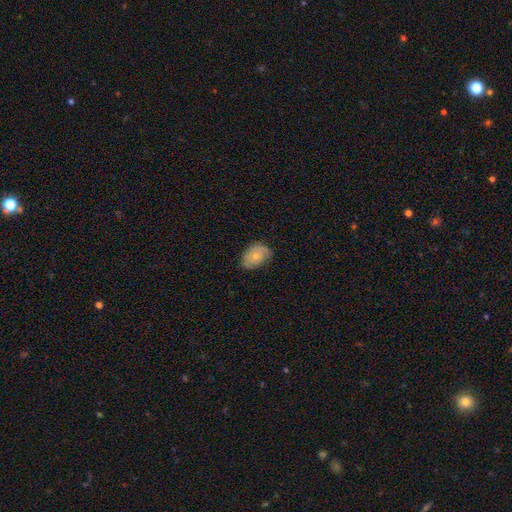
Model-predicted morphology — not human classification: Overall: smooth (58%; featured or disk 35%). How rounded: in between (79%). Merging: none (67%).